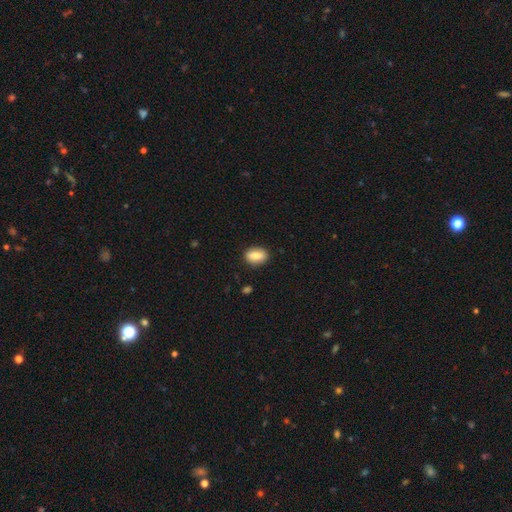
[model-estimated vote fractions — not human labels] smooth-or-featured: smooth: 80% | featured or disk: 13% | star or artifact: 7%
  how-rounded: in between: 80% | round: 16% | cigar-shaped: 5%
  merging: none: 87% | minor disturbance: 10% | major disturbance: 2% | merger: 1%